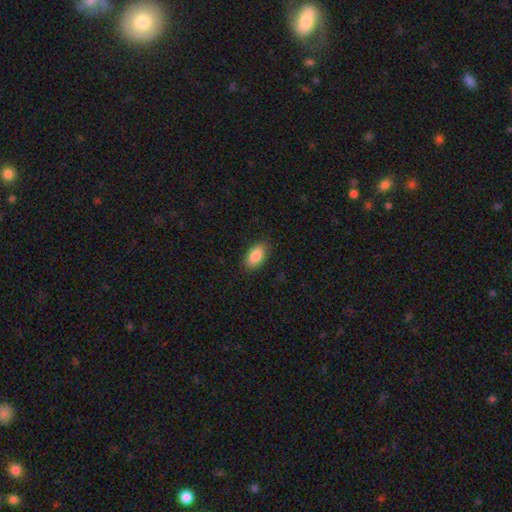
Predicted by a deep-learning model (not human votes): This is clearly a smooth galaxy (87%). How rounded: clearly in between (93%). Merging: clearly none (87%).